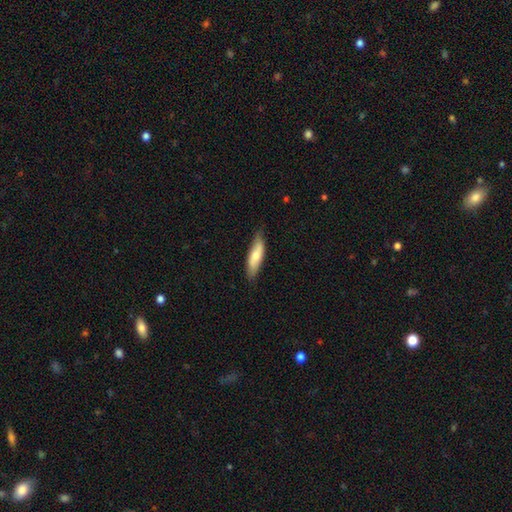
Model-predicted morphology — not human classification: A smooth galaxy with no disk features (68%) that is cigar-shaped (56%).

Vote fractions:
- Smooth or featured? smooth: 68% / featured or disk: 27% / star or artifact: 5%
- How rounded? cigar-shaped: 56% / in between: 42% / round: 2%
- Merging? none: 79% / minor disturbance: 18% / major disturbance: 2% / merger: 1%